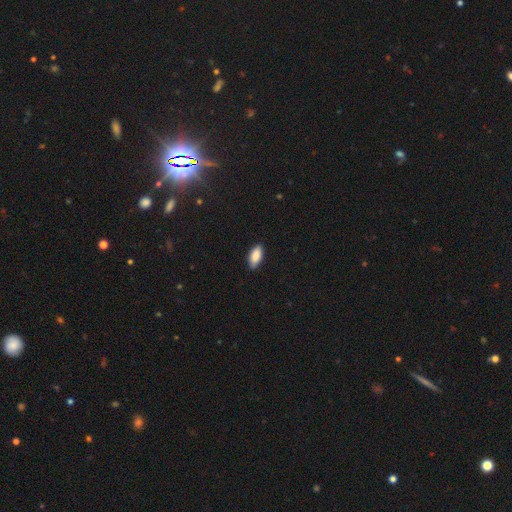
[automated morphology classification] The model was most divided on "merging": none: 86%, minor disturbance: 11%, major disturbance: 2%, merger: 1%. More confident: how rounded — in between (89%); smooth or featured — smooth (88%).